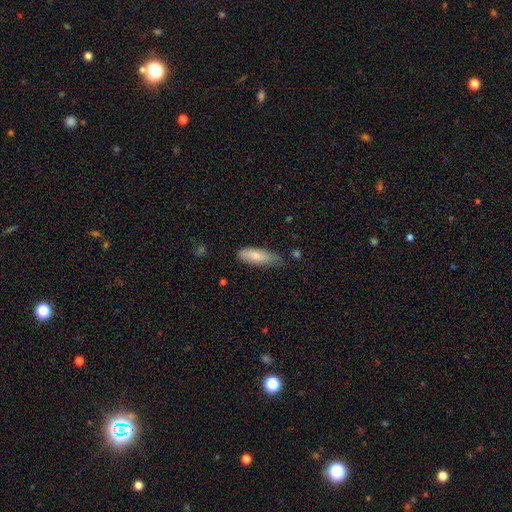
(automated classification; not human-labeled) This appears to be a smooth galaxy with no disk features (81%) that is in between round and cigar-shaped (62%). Merging: none (55%).